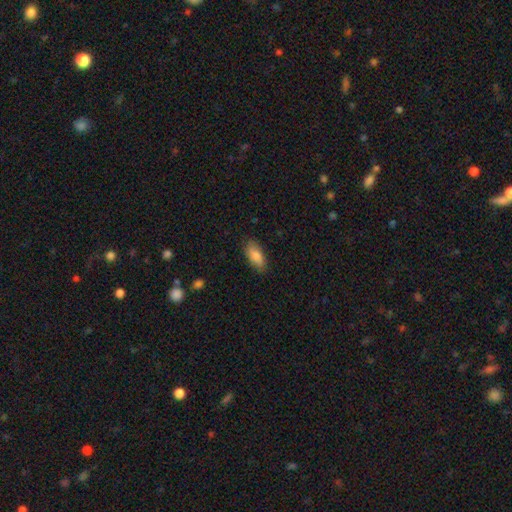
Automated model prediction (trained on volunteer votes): The model was most divided on "merging": none: 84%, minor disturbance: 12%, major disturbance: 2%, merger: 1%. More confident: how rounded — in between (85%); smooth or featured — smooth (83%).